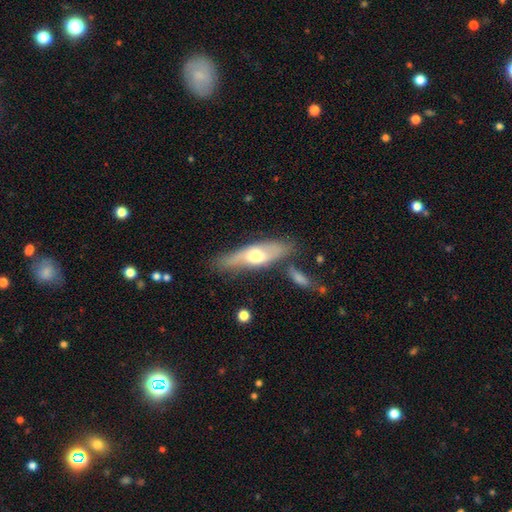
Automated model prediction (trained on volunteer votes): Smooth or featured?
  - featured or disk: 49% *
  - smooth: 45%
  - star or artifact: 6%
Merging?
  - none: 70% *
  - minor disturbance: 18%
  - merger: 8%
  - major disturbance: 5%